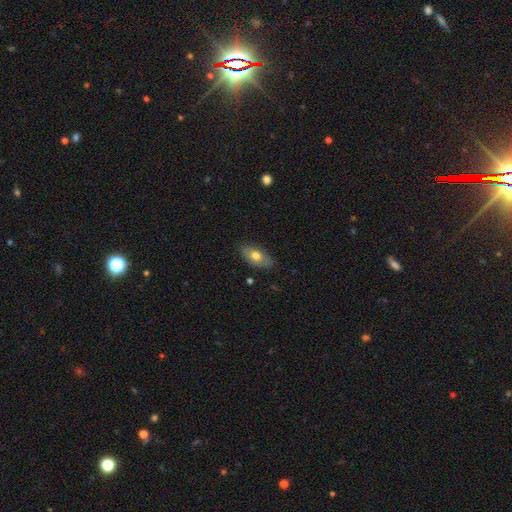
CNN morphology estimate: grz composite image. It shows a smooth galaxy with no disk features (68%) that is in between round and cigar-shaped (89%). Merging: none (83%).